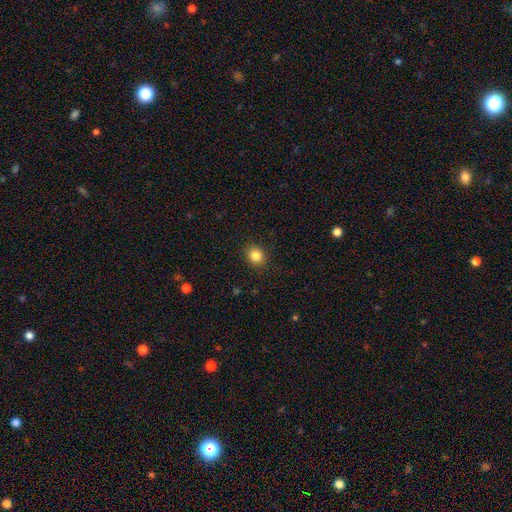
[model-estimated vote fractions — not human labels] smooth 84%, star or artifact 11%, featured or disk 5%. Down the decision tree: how rounded — round (80%); merging — none (90%).